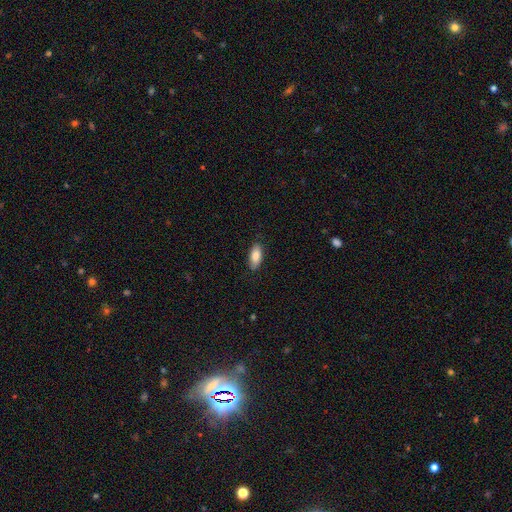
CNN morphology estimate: Smooth or featured?
  - smooth: 85% *
  - featured or disk: 8%
  - star or artifact: 6%
How rounded?
  - in between: 85% *
  - cigar-shaped: 13%
  - round: 2%
Merging?
  - none: 83% *
  - minor disturbance: 14%
  - major disturbance: 3%
  - merger: 1%